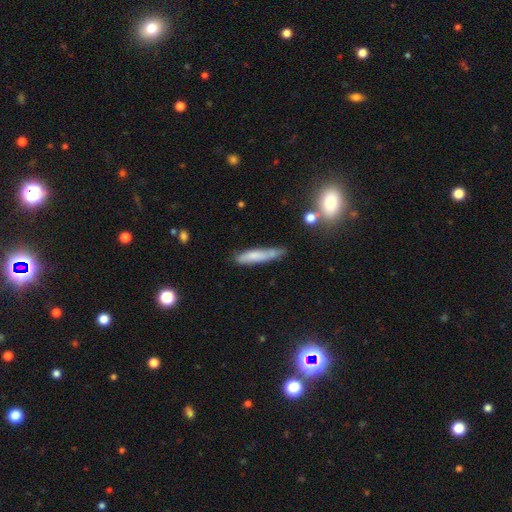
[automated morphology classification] Q: Smooth or featured?
A: smooth (69%); runner-up: featured or disk (23%)
Q: How rounded?
A: cigar-shaped (85%); runner-up: in between (13%)
Q: Merging?
A: none (59%); runner-up: minor disturbance (27%)